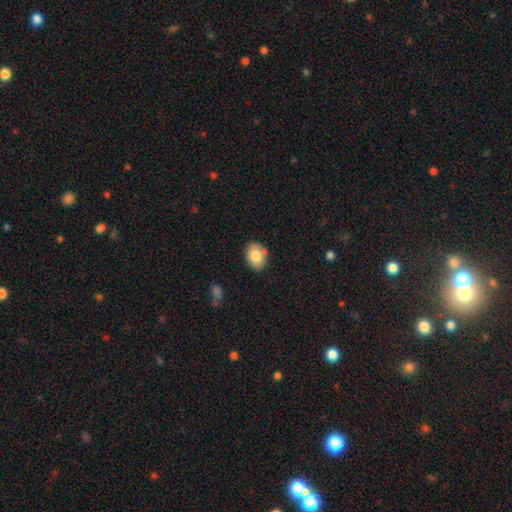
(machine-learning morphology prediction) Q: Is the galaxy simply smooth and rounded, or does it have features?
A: smooth — 80%.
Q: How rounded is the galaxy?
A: in between — 66%.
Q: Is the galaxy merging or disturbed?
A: none — 81%.